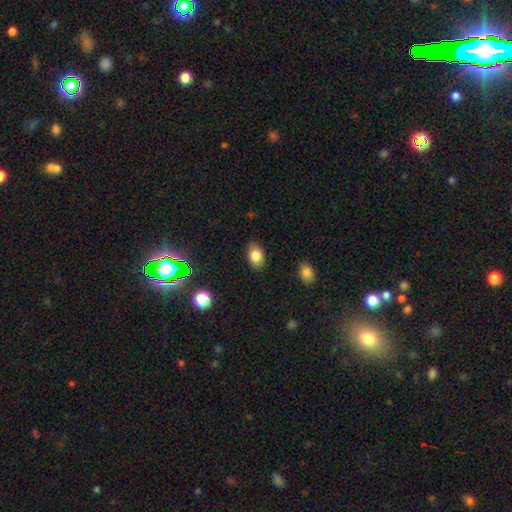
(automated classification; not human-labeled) Smooth or featured?
  - smooth: 82% *
  - star or artifact: 10%
  - featured or disk: 8%
How rounded?
  - in between: 79% *
  - round: 20%
  - cigar-shaped: 1%
Merging?
  - none: 83% *
  - minor disturbance: 13%
  - major disturbance: 3%
  - merger: 1%